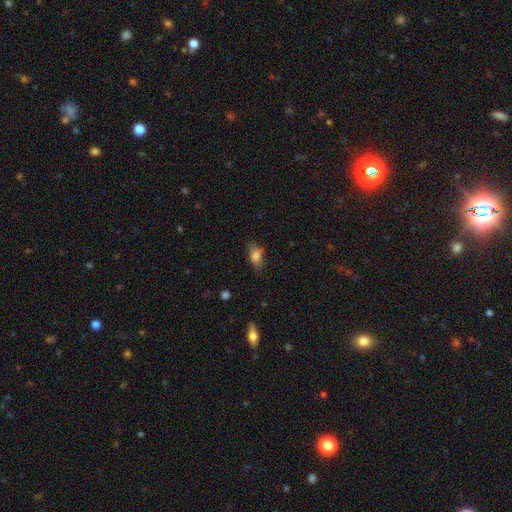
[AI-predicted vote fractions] Q: Smooth or featured?
A: smooth (79%); runner-up: featured or disk (12%)
Q: How rounded?
A: in between (83%); runner-up: round (9%)
Q: Merging?
A: none (67%); runner-up: minor disturbance (24%)